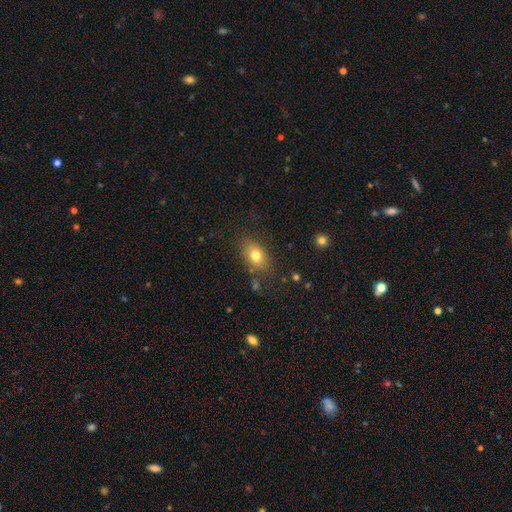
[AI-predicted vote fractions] Q: Smooth or featured?
A: smooth (77%); runner-up: featured or disk (13%)
Q: How rounded?
A: in between (79%); runner-up: round (19%)
Q: Merging?
A: none (78%); runner-up: minor disturbance (14%)